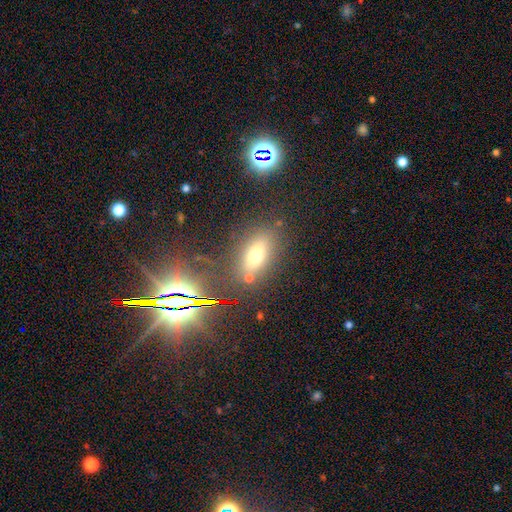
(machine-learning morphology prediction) This appears to be a smooth galaxy with no disk features (63%) that is in between round and cigar-shaped (77%). Merging: none (77%).